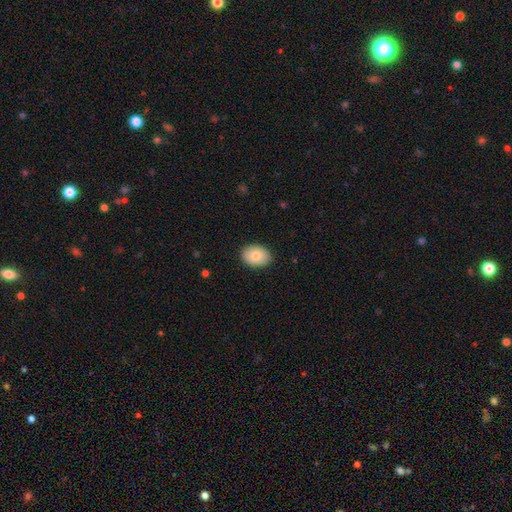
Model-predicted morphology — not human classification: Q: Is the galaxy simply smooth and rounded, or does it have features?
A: smooth — 81%.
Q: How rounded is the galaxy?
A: in between — 71%.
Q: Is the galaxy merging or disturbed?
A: none — 89%.